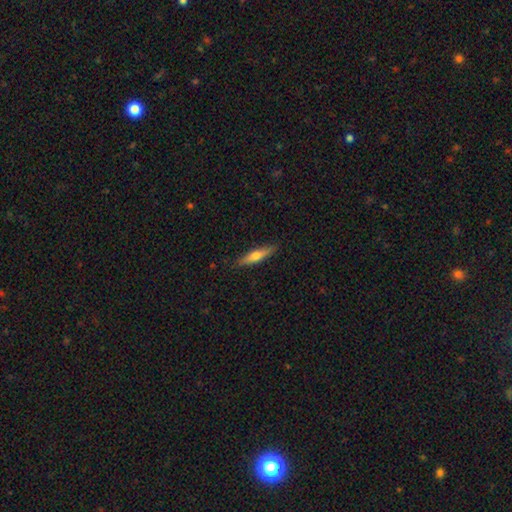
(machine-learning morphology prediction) smooth_or_featured: smooth (p=0.57) [alt: featured or disk p=0.38]
how_rounded: cigar-shaped (p=0.78) [alt: in between p=0.20]
merging: none (p=0.87) [alt: minor disturbance p=0.10]